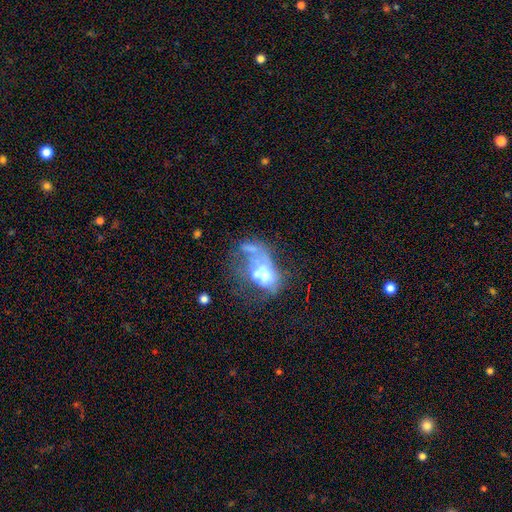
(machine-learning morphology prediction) Smooth or featured? Predicted: featured or disk (p=0.48). Merging? Predicted: major disturbance (p=0.43).